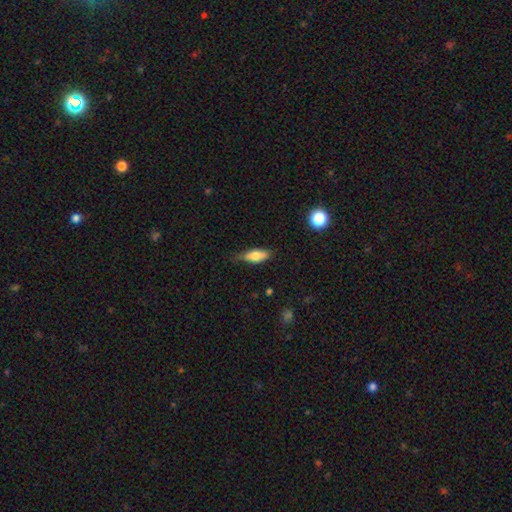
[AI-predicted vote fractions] A smooth galaxy with no disk features (70%) that is in between round and cigar-shaped (69%).

Vote fractions:
- Smooth or featured? smooth: 70% / featured or disk: 23% / star or artifact: 7%
- How rounded? in between: 69% / cigar-shaped: 28% / round: 3%
- Merging? none: 64% / minor disturbance: 28% / major disturbance: 6% / merger: 2%